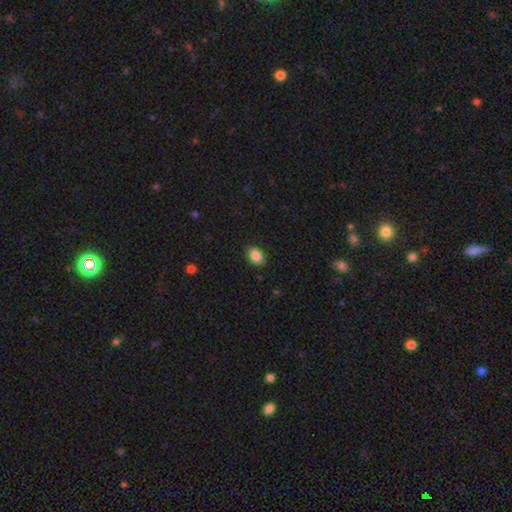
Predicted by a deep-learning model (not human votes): Morphology: type=smooth (89%); roundness=in between (83%); merging=none (89%).